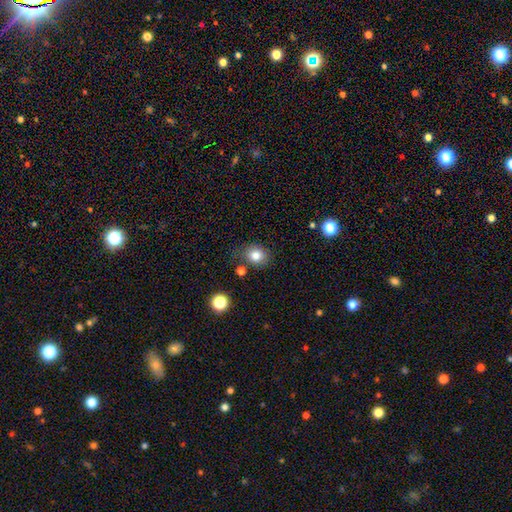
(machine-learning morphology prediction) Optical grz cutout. It shows a smooth galaxy with no disk features (82%) that is round (68%). Merging: none (74%).